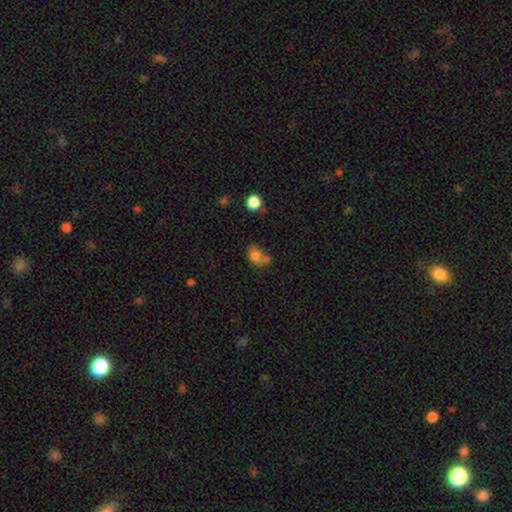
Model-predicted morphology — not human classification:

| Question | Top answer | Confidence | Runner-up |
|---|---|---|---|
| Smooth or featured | smooth | 76% | featured or disk (12%) |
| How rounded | in between | 62% | round (37%) |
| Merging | merger | 42% | none (33%) |